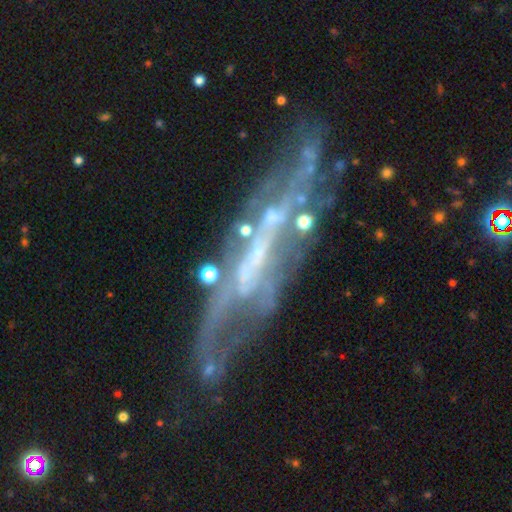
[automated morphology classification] A featured or disk galaxy (80%) with a strong bar (38%), spiral arms (69%) and a small central bulge (40%). Merging: none (56%).